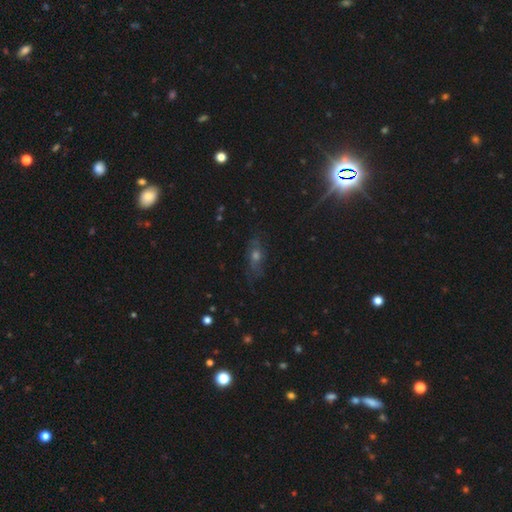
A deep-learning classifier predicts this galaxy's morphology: Smooth or featured: featured or disk — 35% (star or artifact — 34%)
Merging: none — 74% (minor disturbance — 16%)